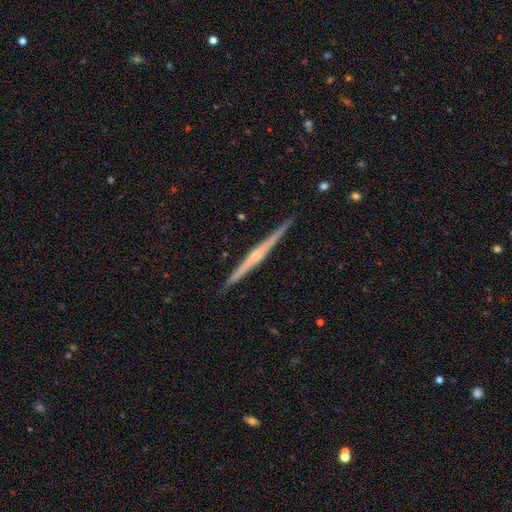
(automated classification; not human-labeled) A featured or disk galaxy (80%) viewed edge-on (99%) with a rounded central bulge (67%). Merging: none (91%).